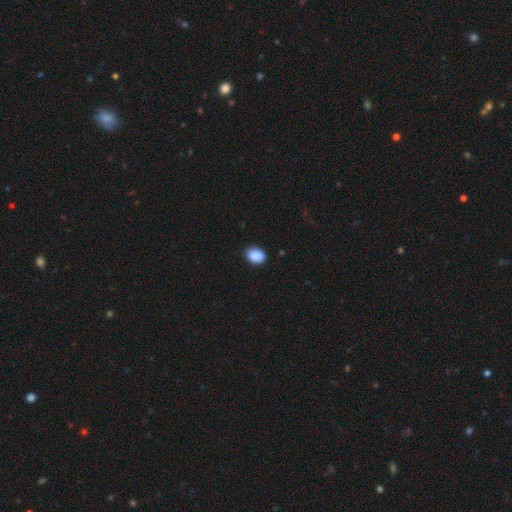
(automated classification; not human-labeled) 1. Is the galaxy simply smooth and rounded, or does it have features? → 89% smooth, 8% star or artifact, 3% featured or disk.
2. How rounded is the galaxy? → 71% in between, 28% round, 1% cigar-shaped.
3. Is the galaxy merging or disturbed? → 85% none, 11% minor disturbance, 2% major disturbance, 1% merger.